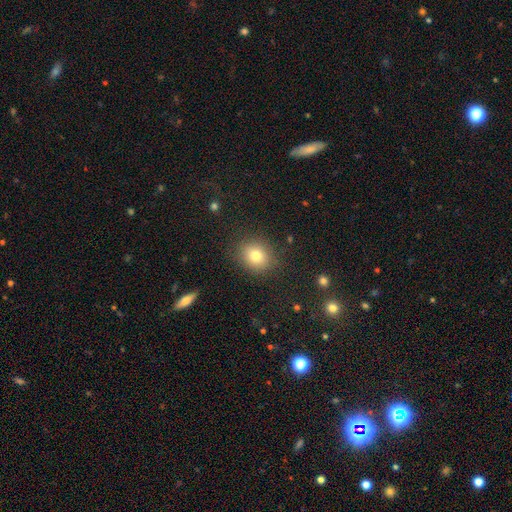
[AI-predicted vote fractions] smooth-or-featured: smooth: 78% | star or artifact: 12% | featured or disk: 10%
  how-rounded: round: 68% | in between: 31% | cigar-shaped: 1%
  merging: none: 86% | minor disturbance: 9% | major disturbance: 4% | merger: 1%